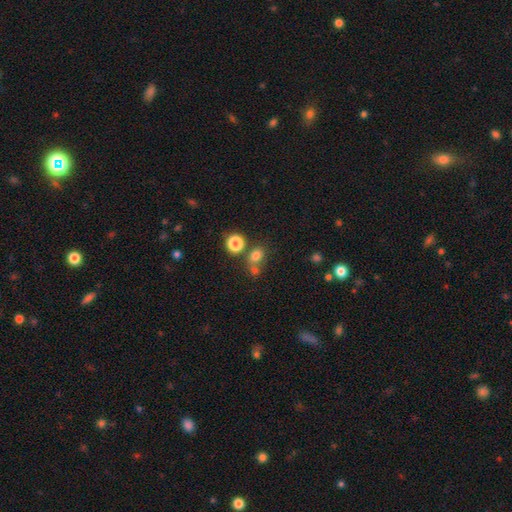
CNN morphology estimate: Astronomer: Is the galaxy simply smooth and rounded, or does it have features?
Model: smooth — 76%.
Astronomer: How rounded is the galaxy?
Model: round — 61% (runner-up: in between, 38%).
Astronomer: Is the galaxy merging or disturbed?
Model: none — 58%.